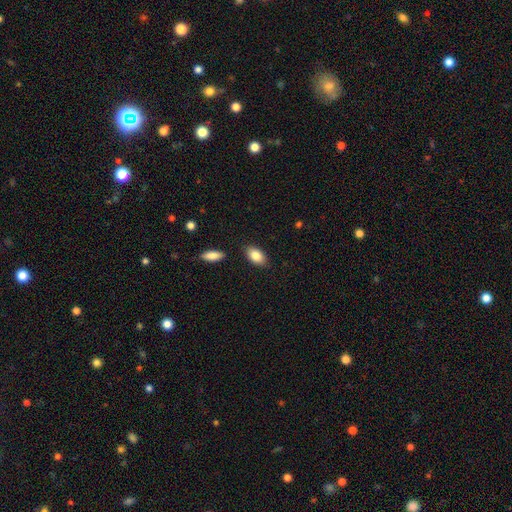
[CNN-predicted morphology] smooth-or-featured: smooth: 85% | featured or disk: 8% | star or artifact: 7%
  how-rounded: in between: 92% | round: 5% | cigar-shaped: 3%
  merging: none: 86% | minor disturbance: 9% | merger: 3% | major disturbance: 2%